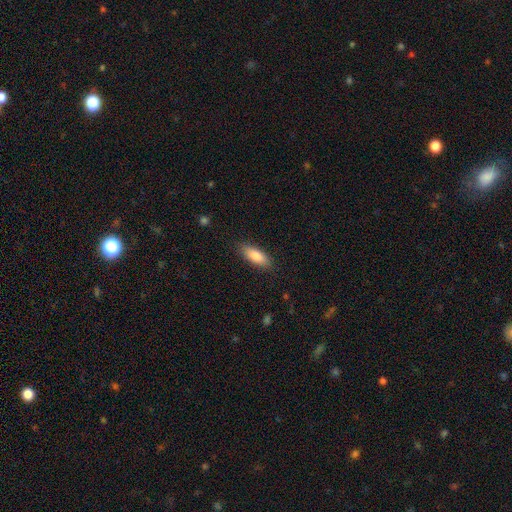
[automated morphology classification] A smooth galaxy with no disk features (85%) that is in between round and cigar-shaped (69%).

Vote fractions:
- Smooth or featured? smooth: 85% / featured or disk: 9% / star or artifact: 6%
- How rounded? in between: 69% / cigar-shaped: 29% / round: 2%
- Merging? none: 86% / minor disturbance: 11% / major disturbance: 2% / merger: 1%